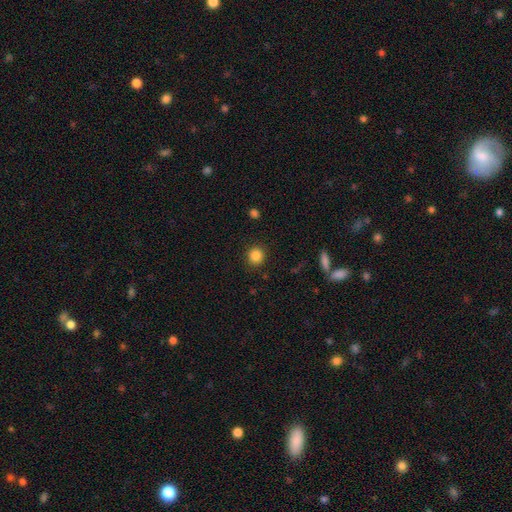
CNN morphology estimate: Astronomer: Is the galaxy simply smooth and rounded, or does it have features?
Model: smooth — 86%.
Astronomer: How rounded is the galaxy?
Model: round — 91%.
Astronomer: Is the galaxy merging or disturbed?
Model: none — 91%.